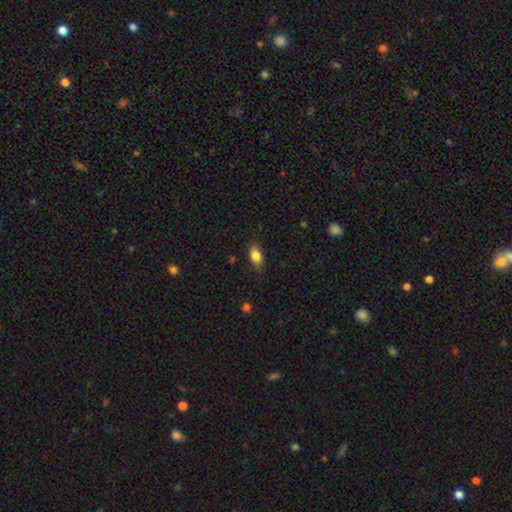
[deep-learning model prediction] Morphology: type=smooth (82%); roundness=in between (86%); merging=none (81%).